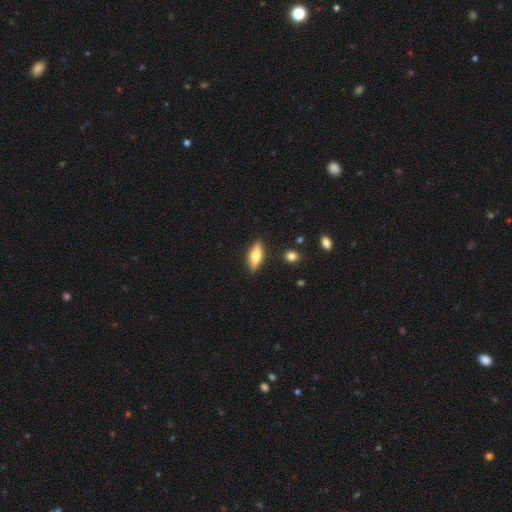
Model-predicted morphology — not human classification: smooth-or-featured: smooth: 58% | featured or disk: 36% | star or artifact: 6%
  how-rounded: in between: 56% | cigar-shaped: 41% | round: 3%
  merging: none: 87% | minor disturbance: 9% | major disturbance: 2% | merger: 2%